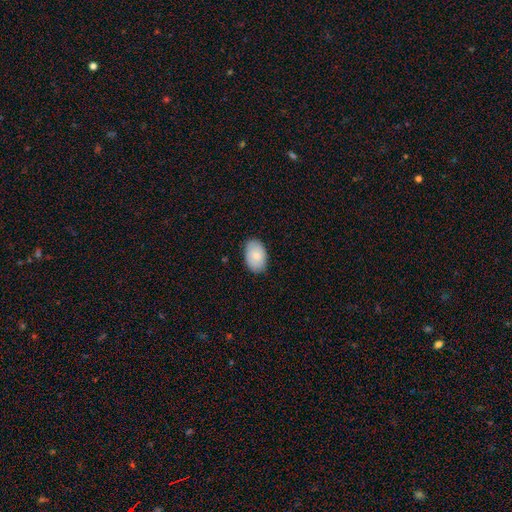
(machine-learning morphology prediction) A smooth galaxy with no disk features (84%) that is in between round and cigar-shaped (91%). Merging: none (83%).